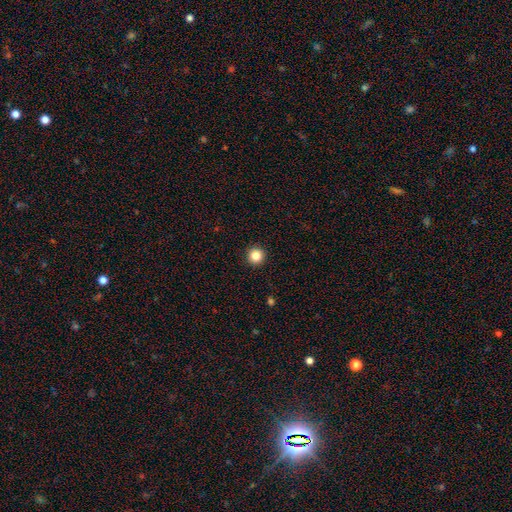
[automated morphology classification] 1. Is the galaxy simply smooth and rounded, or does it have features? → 84% smooth, 11% star or artifact, 5% featured or disk.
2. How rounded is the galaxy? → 95% round, 4% in between, 1% cigar-shaped.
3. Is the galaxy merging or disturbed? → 93% none, 4% minor disturbance, 1% major disturbance, 1% merger.